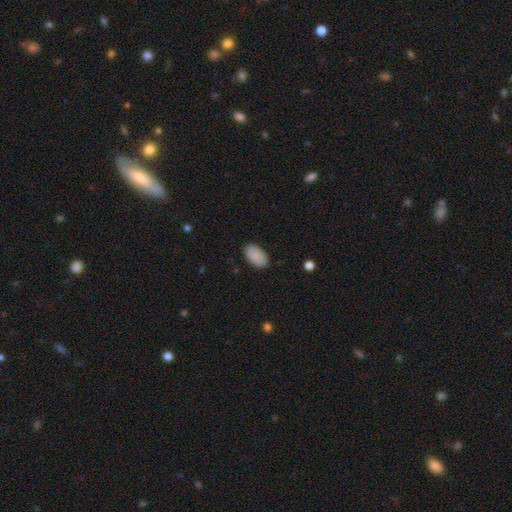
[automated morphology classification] Smooth or featured? smooth (90%)
How rounded? in between (94%)
Merging? none (87%)